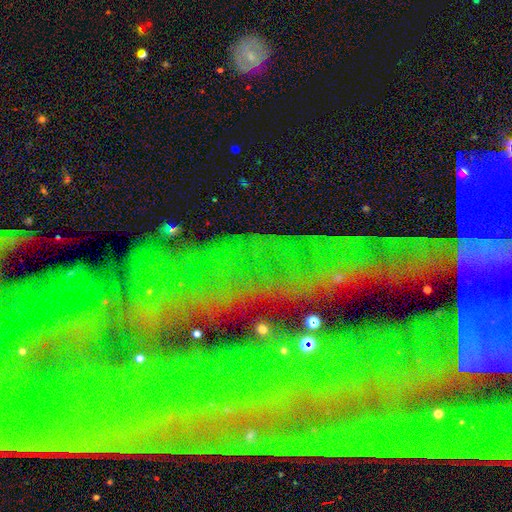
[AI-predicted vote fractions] Morphology: type=star or artifact (80%).